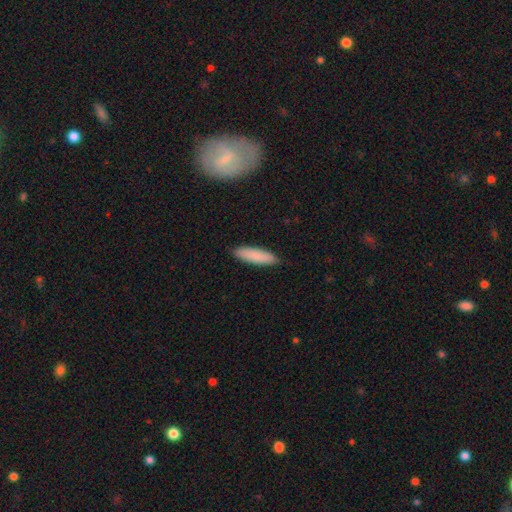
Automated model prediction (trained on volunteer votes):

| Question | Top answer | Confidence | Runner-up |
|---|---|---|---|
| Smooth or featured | smooth | 87% | featured or disk (8%) |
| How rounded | cigar-shaped | 62% | in between (36%) |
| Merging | none | 88% | minor disturbance (9%) |